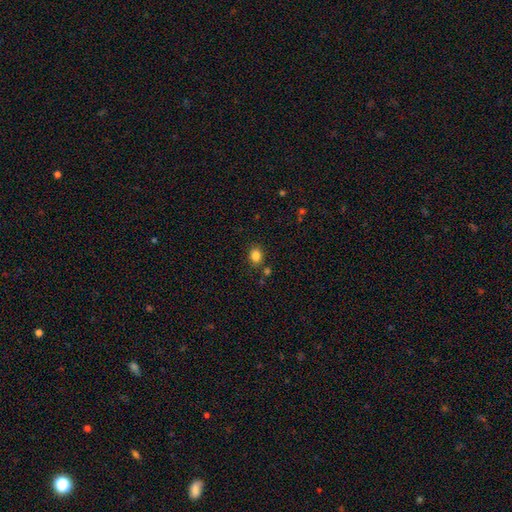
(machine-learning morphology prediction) smooth 84%, star or artifact 11%, featured or disk 5%. Down the decision tree: how rounded — round (57%); merging — none (81%).